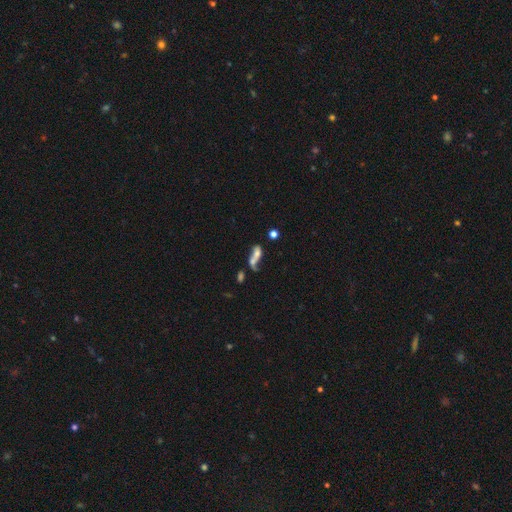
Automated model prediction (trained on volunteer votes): Smooth or featured: smooth — 49% (featured or disk — 37%)
Merging: merger — 56% (none — 19%)